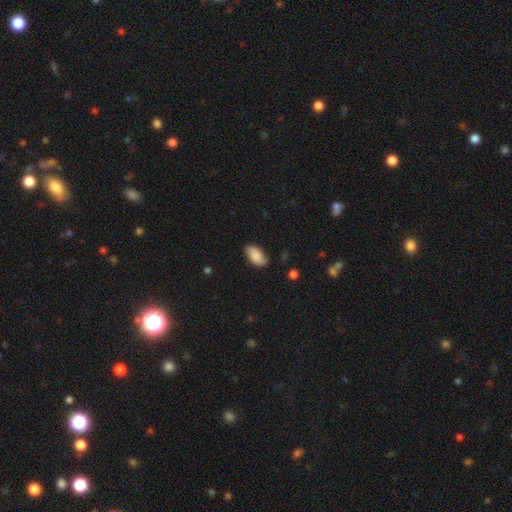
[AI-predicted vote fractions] This appears to be a smooth galaxy with no disk features (82%) that is in between round and cigar-shaped (94%). Merging: none (76%).